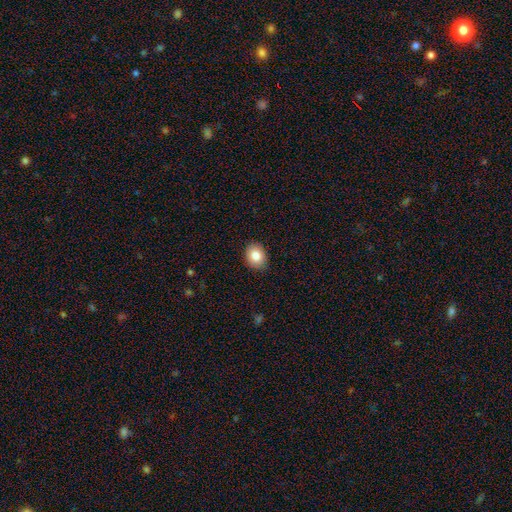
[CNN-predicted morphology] The model was most divided on "how rounded": in between: 54%, round: 46%, cigar-shaped: 1%. More confident: merging — none (87%); smooth or featured — smooth (83%).